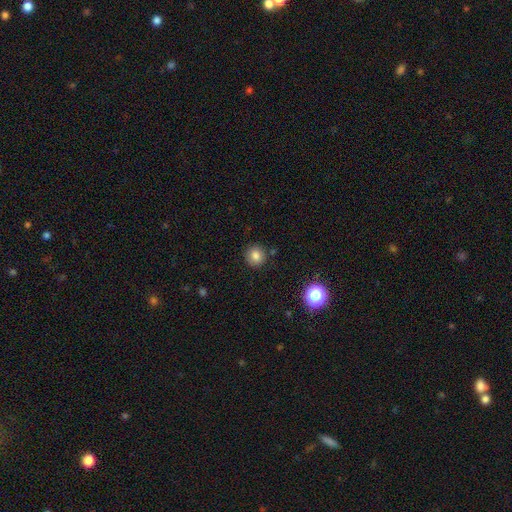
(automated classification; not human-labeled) smooth 80%, star or artifact 13%, featured or disk 7%. Down the decision tree: how rounded — round (90%); merging — none (88%).